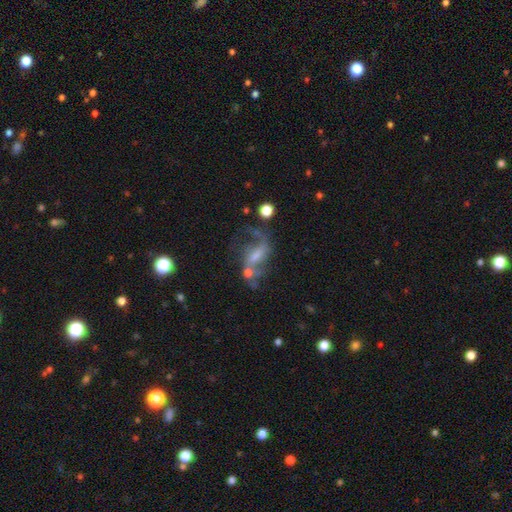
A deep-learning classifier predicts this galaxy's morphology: A featured or disk galaxy (71%) with a weak bar (45%), 2 (80%) loose (68%) spiral arms (83%) and a small central bulge (40%).

Vote fractions:
- Smooth or featured? featured or disk: 71% / smooth: 15% / star or artifact: 14%
- Edge-on disk? no: 93% / yes: 7%
- Bar? weak: 45% / strong: 30% / no: 25%
- Spiral arms? yes: 83% / no: 17%
- Spiral winding? loose: 68% / medium: 25% / tight: 7%
- Spiral arm count? 2: 80% / can't tell: 8% / 1: 7% / 3: 2% / 4: 1% / more than 4: 1%
- Bulge size? small: 40% / moderate: 32% / none: 21% / large: 5% / dominant: 2%
- Merging? none: 44% / major disturbance: 23% / minor disturbance: 17% / merger: 16%